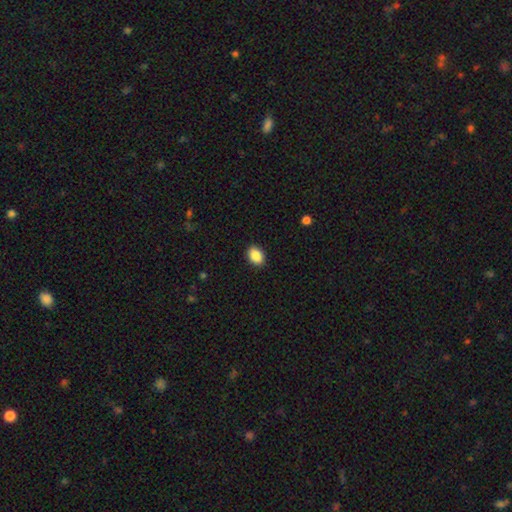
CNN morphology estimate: Overall: smooth (89%). How rounded: in between (80%). Merging: none (89%).